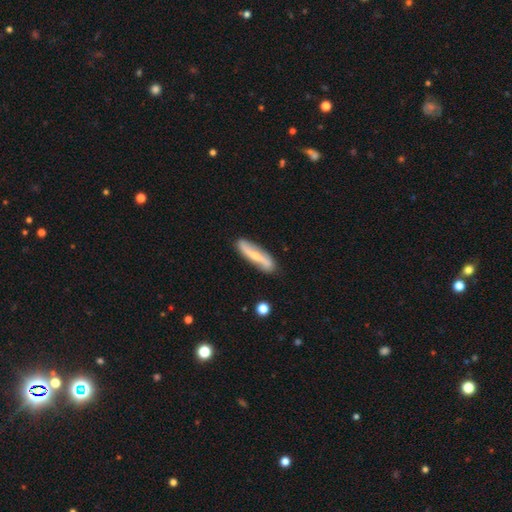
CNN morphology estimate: featured or disk 65%, smooth 29%, star or artifact 6%. Down the decision tree: edge-on disk — no (69%); merging — none (84%).